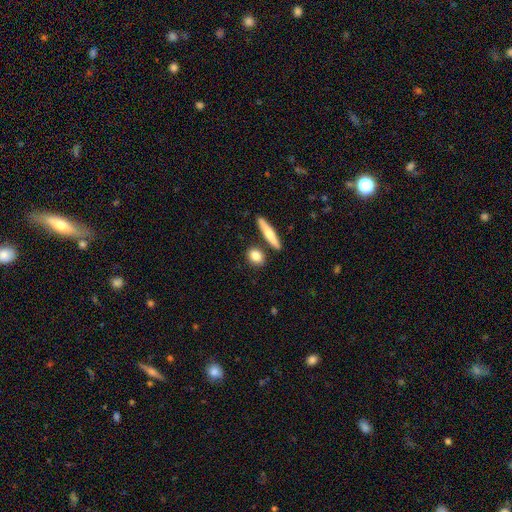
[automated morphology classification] A smooth galaxy with no disk features (80%) that is round (43%). Merging: none (77%).